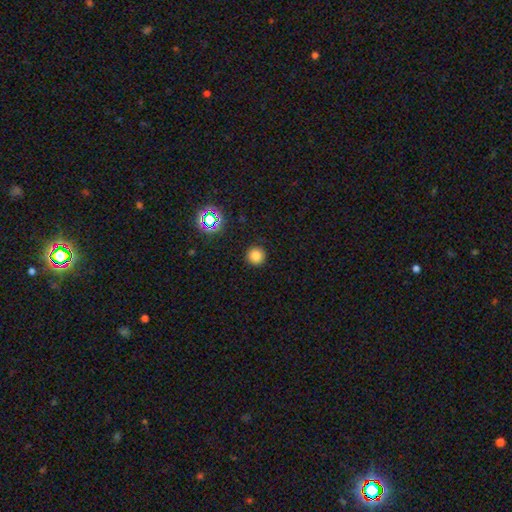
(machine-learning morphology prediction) Smooth or featured? smooth (79%)
How rounded? round (95%)
Merging? none (91%)